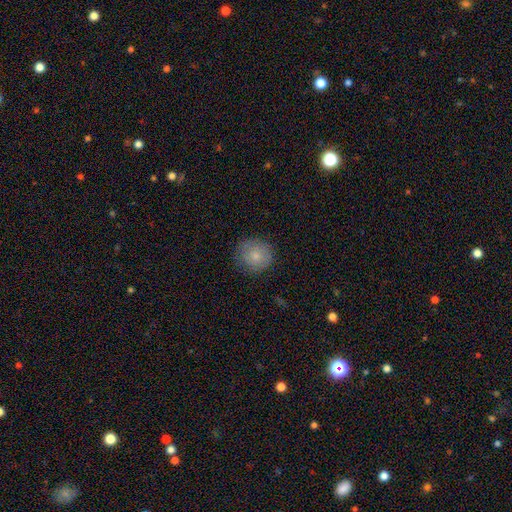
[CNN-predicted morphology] smooth-or-featured: smooth: 77% | featured or disk: 15% | star or artifact: 8%
  how-rounded: round: 91% | in between: 8% | cigar-shaped: 1%
  merging: none: 81% | minor disturbance: 14% | major disturbance: 4% | merger: 1%